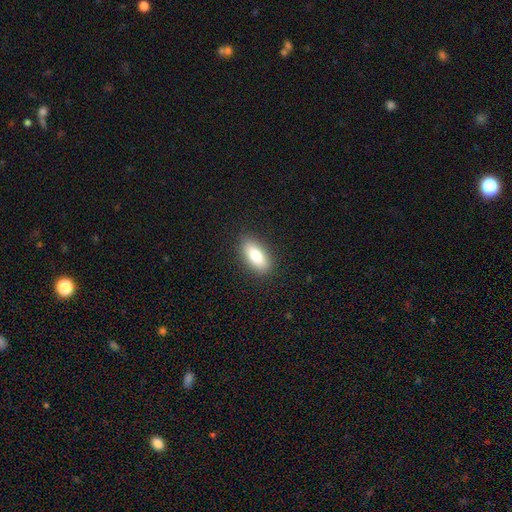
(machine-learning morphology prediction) Smooth or featured? smooth (79%)
How rounded? in between (84%)
Merging? none (88%)